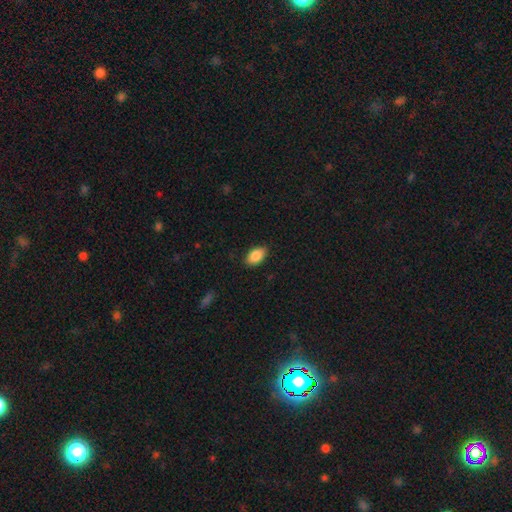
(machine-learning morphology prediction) smooth_or_featured: smooth (p=0.86) [alt: star or artifact p=0.07]
how_rounded: in between (p=0.92) [alt: round p=0.07]
merging: none (p=0.85) [alt: minor disturbance p=0.12]